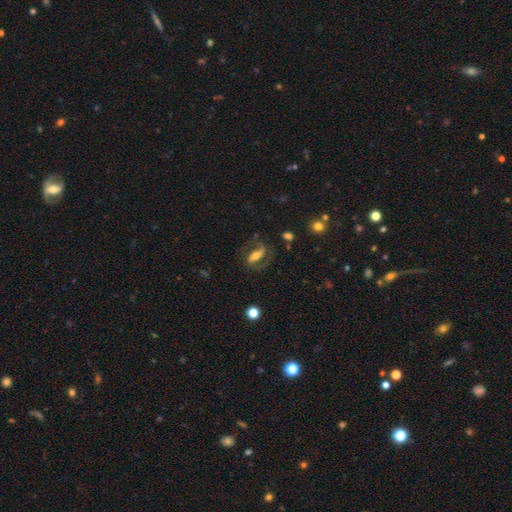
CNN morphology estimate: smooth_or_featured: featured or disk (p=0.68) [alt: smooth p=0.24]
disk_edge_on: no (p=0.88) [alt: yes p=0.12]
bar: strong (p=0.51) [alt: weak p=0.26]
has_spiral_arms: yes (p=0.85) [alt: no p=0.15]
spiral_winding: medium (p=0.49) [alt: loose p=0.29]
spiral_arm_count: 2 (p=0.85) [alt: can't tell p=0.06]
bulge_size: moderate (p=0.58) [alt: small p=0.24]
merging: none (p=0.67) [alt: minor disturbance p=0.16]